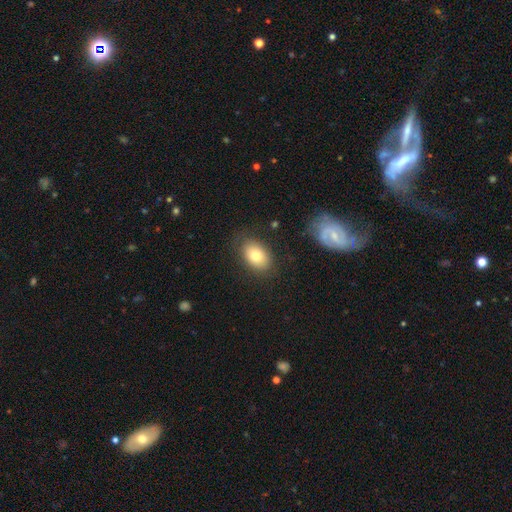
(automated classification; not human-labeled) smooth 78%, featured or disk 14%, star or artifact 8%. Down the decision tree: how rounded — in between (85%); merging — none (82%).